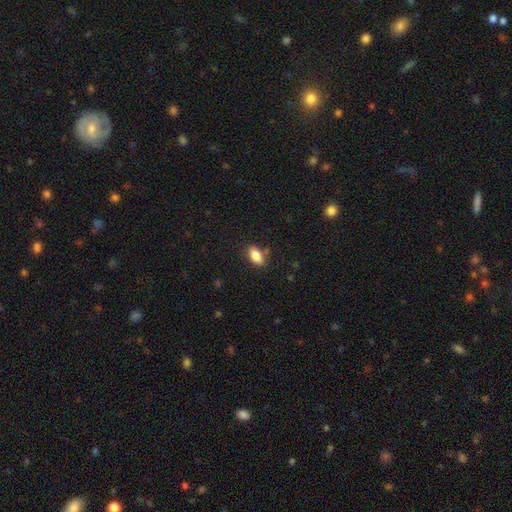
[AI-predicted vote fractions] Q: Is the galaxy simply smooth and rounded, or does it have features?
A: smooth — 85%.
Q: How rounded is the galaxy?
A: in between — 89%.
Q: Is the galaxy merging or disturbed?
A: none — 80%.